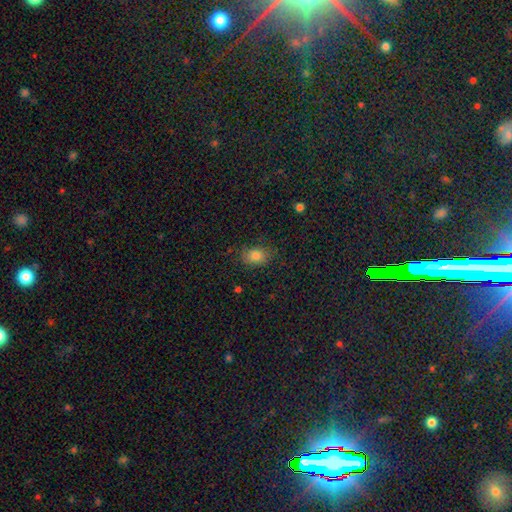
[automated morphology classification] This appears to be a smooth galaxy with no disk features (82%) that is in between round and cigar-shaped (65%). Merging: none (79%).